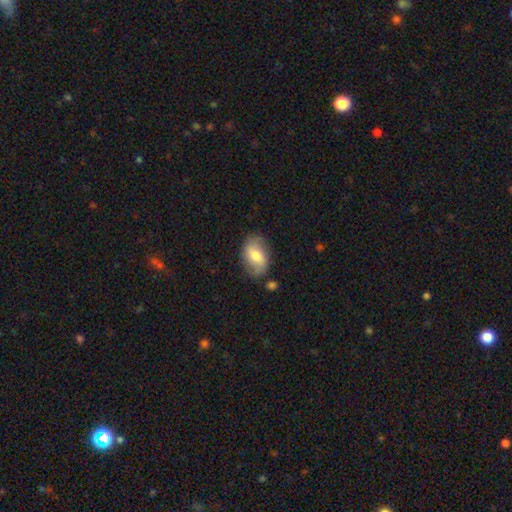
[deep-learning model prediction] Overall: smooth (59%; featured or disk 34%). How rounded: in between (84%). Merging: none (74%).